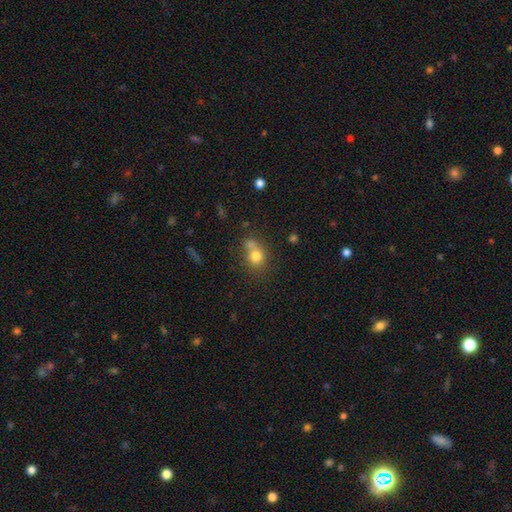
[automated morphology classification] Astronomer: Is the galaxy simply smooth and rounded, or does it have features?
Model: smooth — 77%.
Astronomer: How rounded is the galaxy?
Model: round — 76%.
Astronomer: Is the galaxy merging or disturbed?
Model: none — 46% (runner-up: merger, 35%).